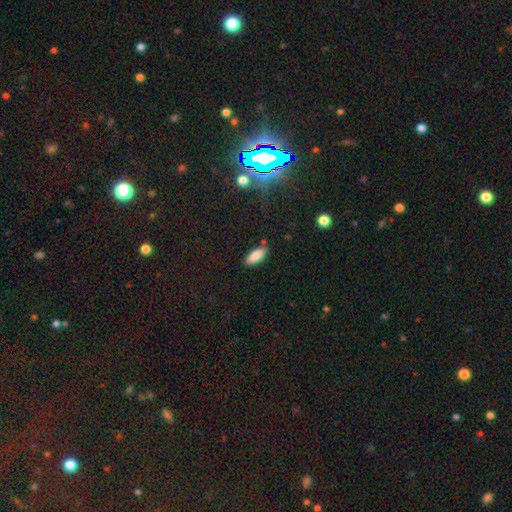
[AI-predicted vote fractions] smooth 84%, featured or disk 9%, star or artifact 7%. Down the decision tree: how rounded — in between (79%); merging — none (84%).